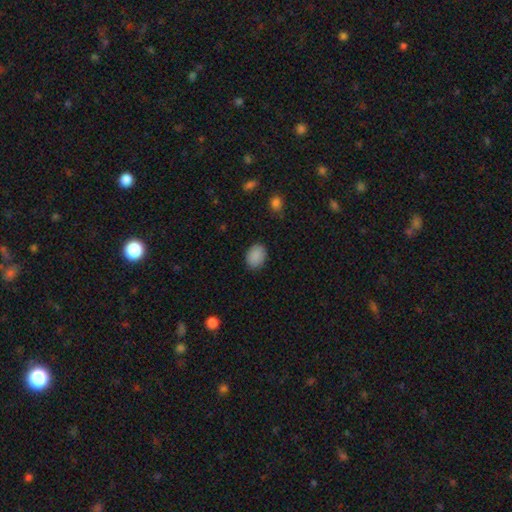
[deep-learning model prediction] Q: Smooth or featured?
A: smooth (89%); runner-up: star or artifact (7%)
Q: How rounded?
A: in between (72%); runner-up: round (27%)
Q: Merging?
A: none (85%); runner-up: minor disturbance (11%)